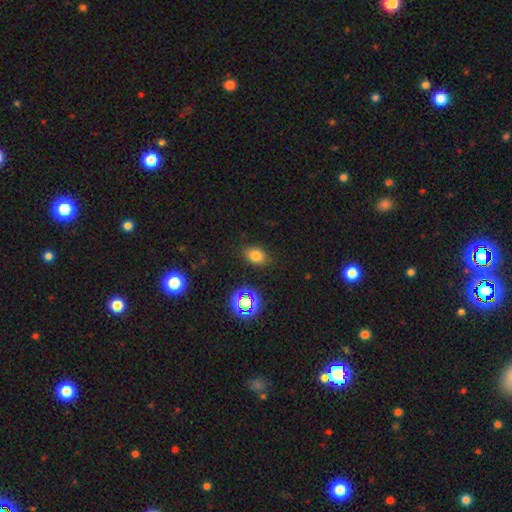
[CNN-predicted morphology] This is likely a smooth galaxy (75%). How rounded: likely in between (70%). Merging: clearly none (84%).